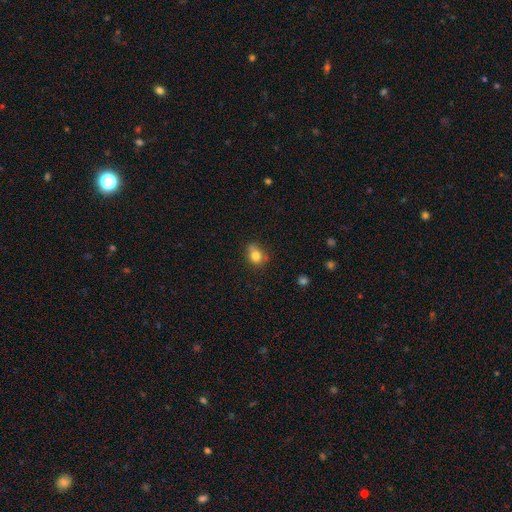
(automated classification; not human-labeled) This appears to be a smooth galaxy with no disk features (79%) that is round (53%). Merging: none (61%).